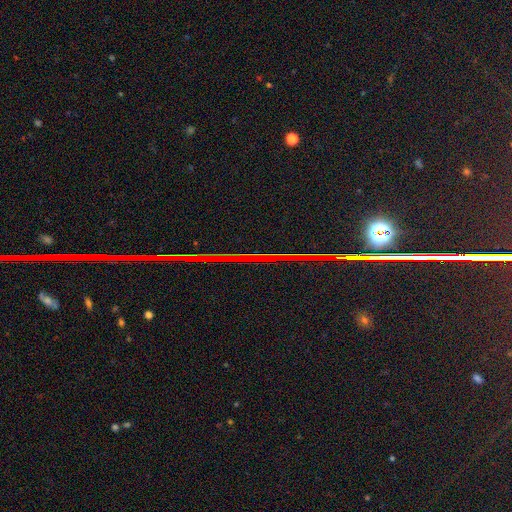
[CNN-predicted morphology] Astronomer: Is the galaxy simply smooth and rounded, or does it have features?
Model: star or artifact — 85%.